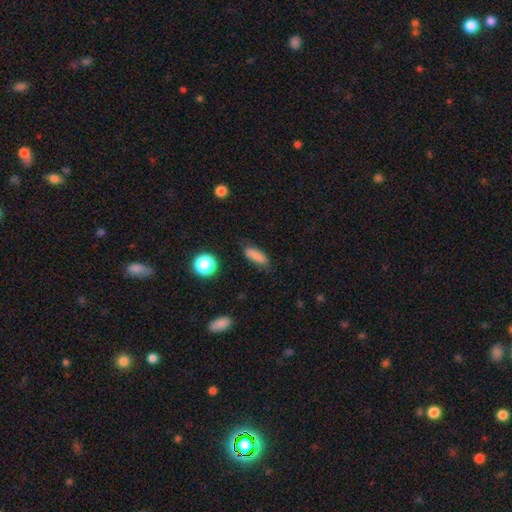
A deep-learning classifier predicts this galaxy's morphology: Smooth or featured?
  - smooth: 83% *
  - star or artifact: 10%
  - featured or disk: 7%
How rounded?
  - in between: 52% *
  - cigar-shaped: 44%
  - round: 4%
Merging?
  - none: 76% *
  - minor disturbance: 17%
  - major disturbance: 4%
  - merger: 2%